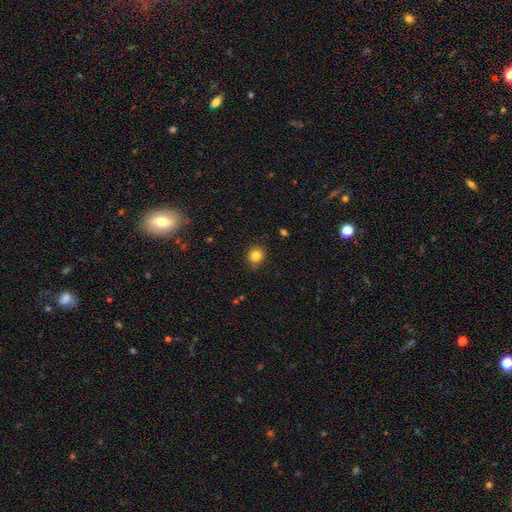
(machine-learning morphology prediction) The model was most divided on "how rounded": round: 80%, in between: 19%, cigar-shaped: 1%. More confident: merging — none (85%); smooth or featured — smooth (83%).